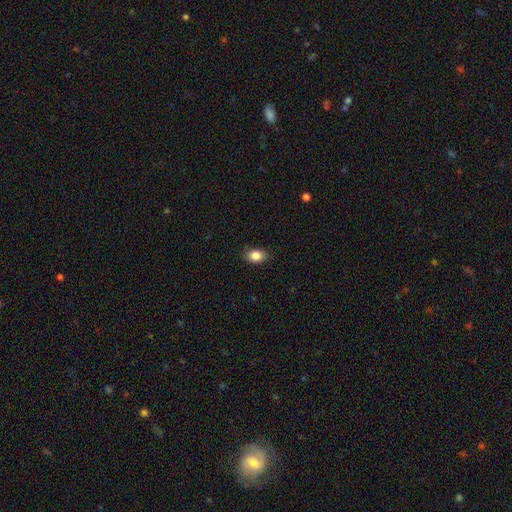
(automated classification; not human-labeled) Smooth or featured?
  - smooth: 85% *
  - star or artifact: 9%
  - featured or disk: 6%
How rounded?
  - in between: 77% *
  - round: 22%
  - cigar-shaped: 1%
Merging?
  - none: 87% *
  - minor disturbance: 10%
  - major disturbance: 2%
  - merger: 1%